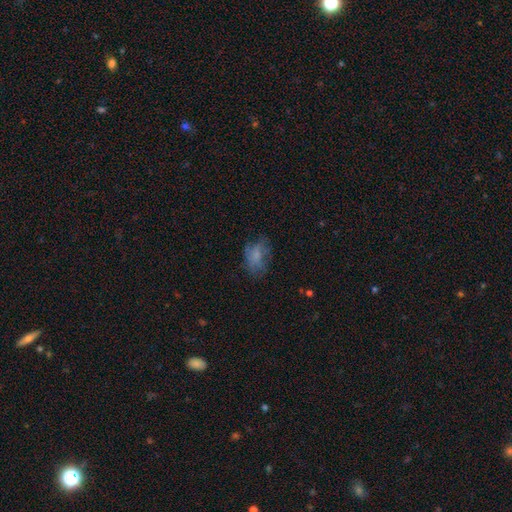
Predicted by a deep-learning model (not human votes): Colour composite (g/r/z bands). It shows a smooth galaxy with no disk features (63%) that is in between round and cigar-shaped (79%). Merging: none (54%).